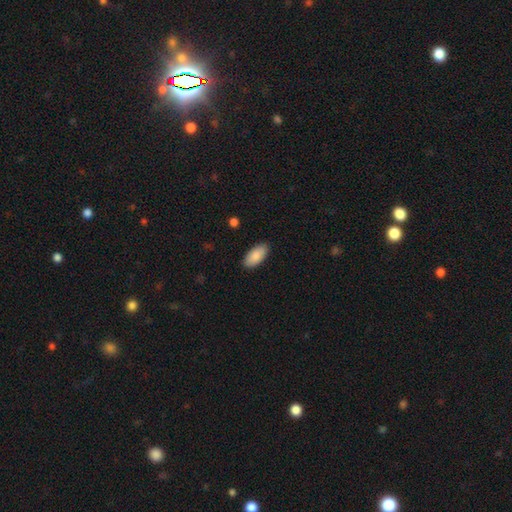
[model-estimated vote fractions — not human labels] Smooth or featured?
  - smooth: 89% *
  - featured or disk: 6%
  - star or artifact: 6%
How rounded?
  - in between: 94% *
  - cigar-shaped: 5%
  - round: 2%
Merging?
  - none: 88% *
  - minor disturbance: 9%
  - major disturbance: 2%
  - merger: 1%